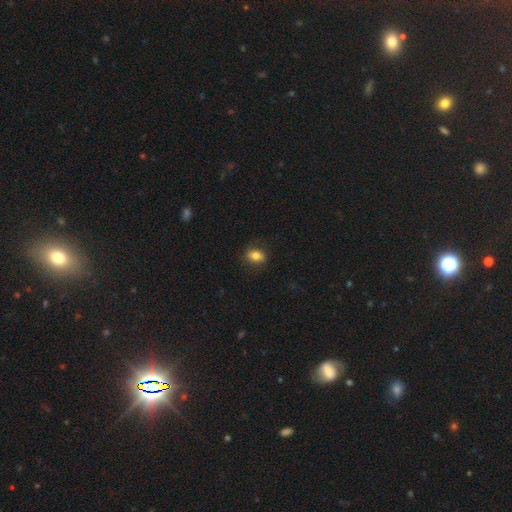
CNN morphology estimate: Smooth or featured?
  - smooth: 79% *
  - featured or disk: 12%
  - star or artifact: 9%
How rounded?
  - in between: 65% *
  - round: 33%
  - cigar-shaped: 2%
Merging?
  - none: 82% *
  - minor disturbance: 13%
  - major disturbance: 4%
  - merger: 1%